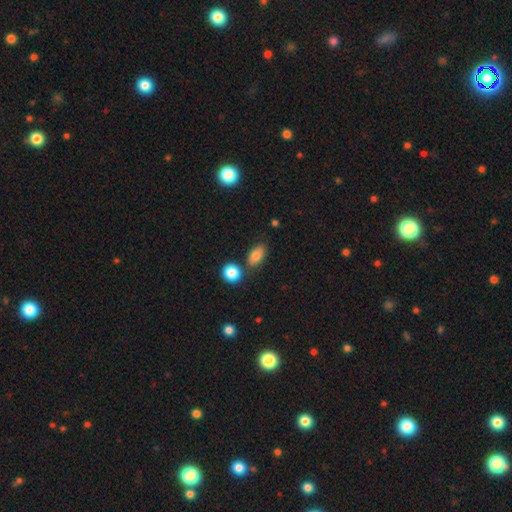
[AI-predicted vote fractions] Morphology: type=smooth (81%); roundness=in between (85%); merging=none (74%).